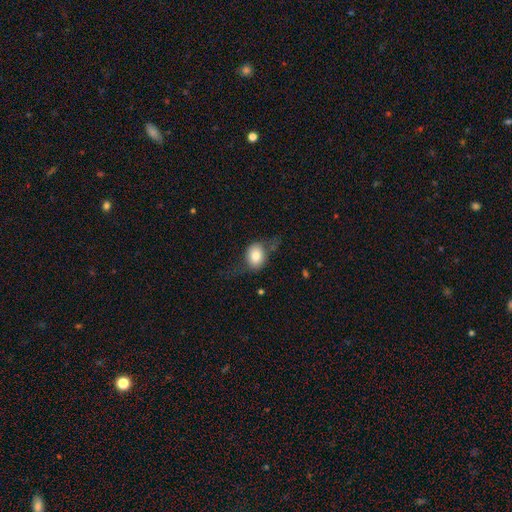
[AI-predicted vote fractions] Smooth or featured: smooth — 73% (featured or disk — 19%)
How rounded: in between — 61% (round — 38%)
Merging: none — 48% (minor disturbance — 26%)